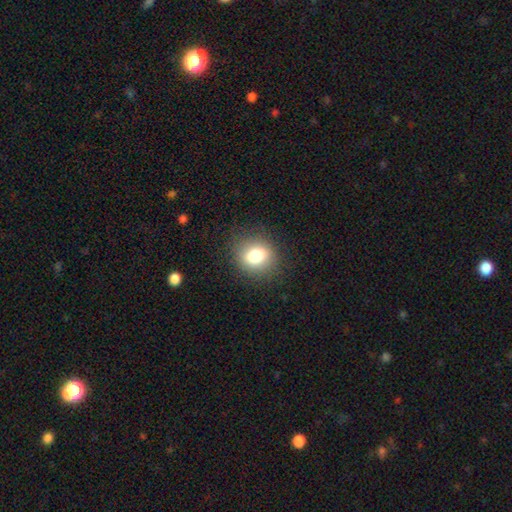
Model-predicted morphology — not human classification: smooth-or-featured: smooth: 78% | star or artifact: 11% | featured or disk: 11%
  how-rounded: round: 67% | in between: 32% | cigar-shaped: 1%
  merging: none: 86% | minor disturbance: 9% | major disturbance: 3% | merger: 1%